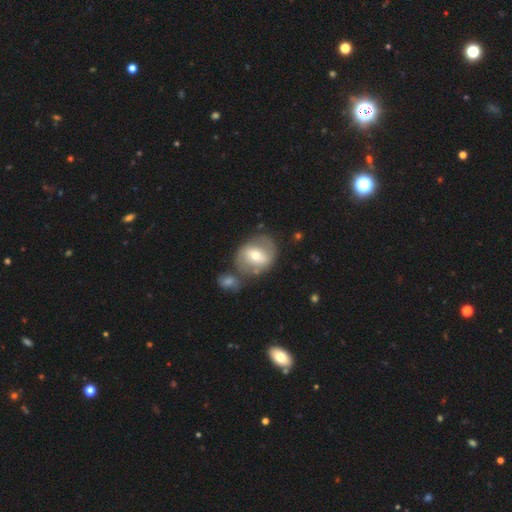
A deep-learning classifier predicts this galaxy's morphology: smooth-or-featured: featured or disk: 54% | smooth: 39% | star or artifact: 7%
  disk-edge-on: no: 95% | yes: 5%
    bar: weak: 42% | no: 29% | strong: 28%
    has-spiral-arms: yes: 59% | no: 41%
    bulge-size: moderate: 64% | small: 29% | large: 5% | dominant: 1% | none: 1%
  merging: none: 58% | merger: 20% | minor disturbance: 15% | major disturbance: 7%